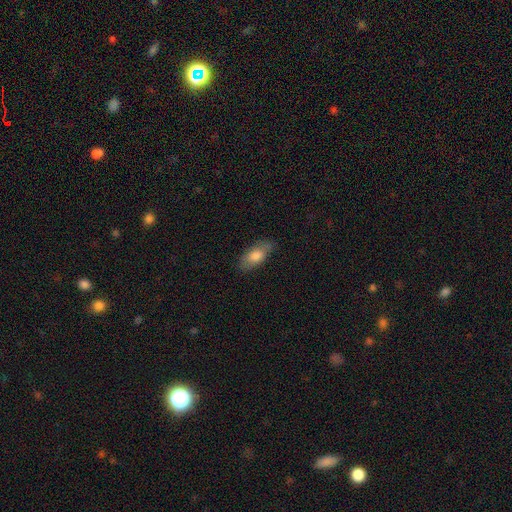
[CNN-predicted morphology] smooth_or_featured: smooth (p=0.76) [alt: featured or disk p=0.18]
how_rounded: in between (p=0.86) [alt: cigar-shaped p=0.10]
merging: none (p=0.77) [alt: minor disturbance p=0.18]